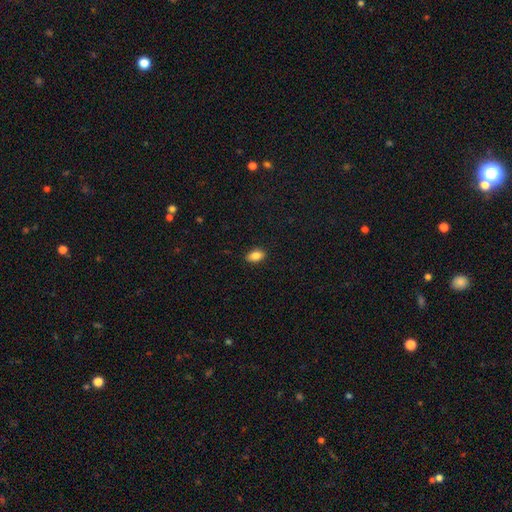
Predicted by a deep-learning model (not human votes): This appears to be a smooth galaxy with no disk features (84%) that is in between round and cigar-shaped (87%). Merging: none (88%).